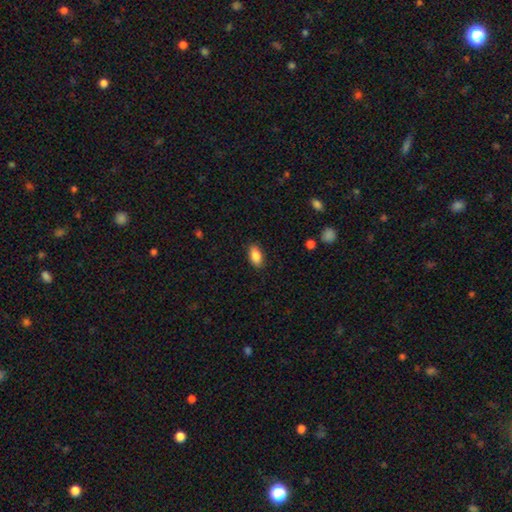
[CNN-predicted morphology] The model was most divided on "merging": none: 87%, minor disturbance: 9%, major disturbance: 2%, merger: 1%. More confident: how rounded — in between (90%); smooth or featured — smooth (86%).